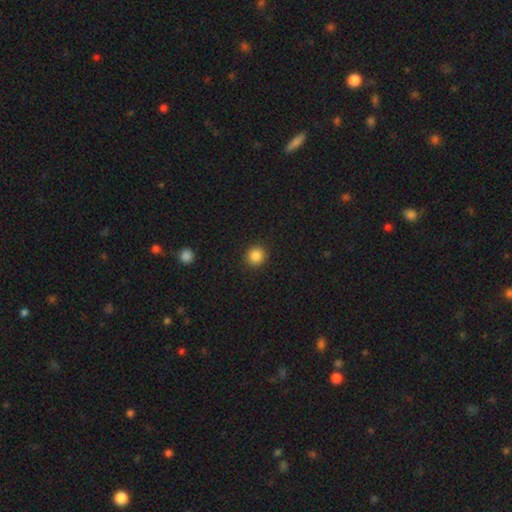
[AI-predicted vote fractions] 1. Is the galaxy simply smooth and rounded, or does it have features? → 86% smooth, 10% star or artifact, 3% featured or disk.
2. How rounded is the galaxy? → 88% round, 12% in between, 1% cigar-shaped.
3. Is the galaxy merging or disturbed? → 91% none, 6% minor disturbance, 2% major disturbance, 1% merger.